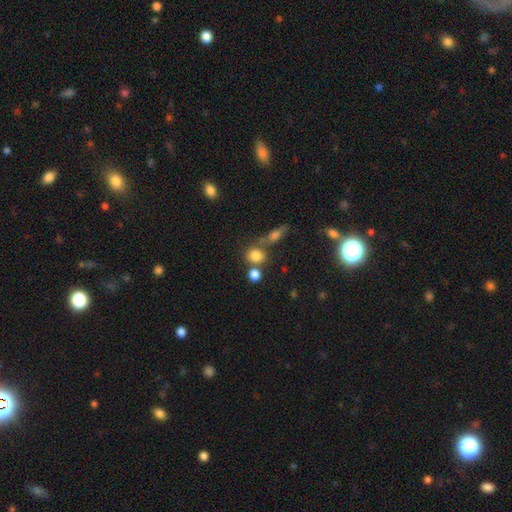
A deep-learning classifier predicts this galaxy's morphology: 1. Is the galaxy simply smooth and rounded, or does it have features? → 79% smooth, 13% star or artifact, 8% featured or disk.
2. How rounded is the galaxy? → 77% round, 21% in between, 2% cigar-shaped.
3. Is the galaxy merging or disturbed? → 58% none, 27% merger, 11% minor disturbance, 5% major disturbance.